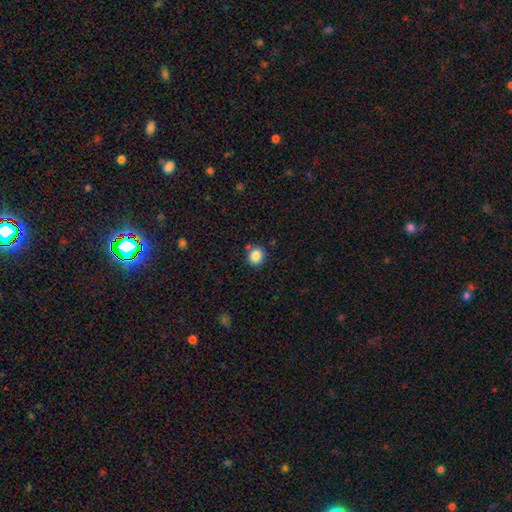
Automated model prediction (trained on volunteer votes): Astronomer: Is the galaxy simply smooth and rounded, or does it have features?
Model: smooth — 87%.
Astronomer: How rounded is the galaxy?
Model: round — 80%.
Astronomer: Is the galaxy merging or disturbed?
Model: none — 83%.